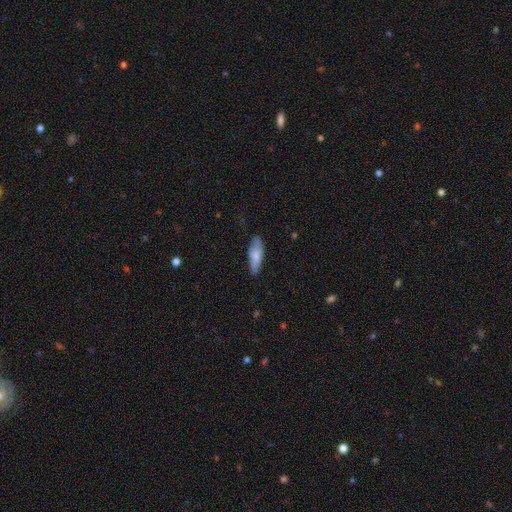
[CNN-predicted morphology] The model was most divided on "how rounded": in between: 61%, cigar-shaped: 37%, round: 2%. More confident: merging — none (78%); smooth or featured — smooth (77%).